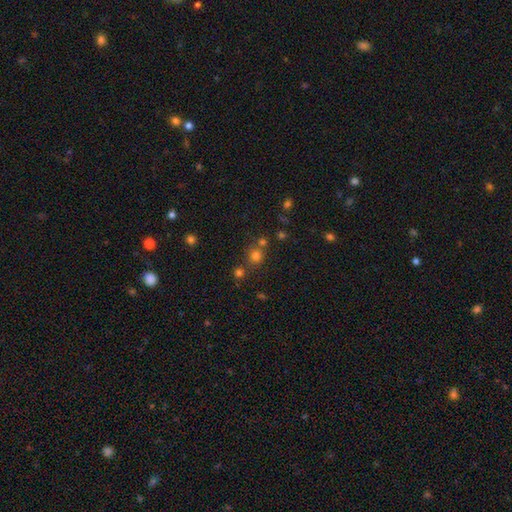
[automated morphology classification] This appears to be a smooth galaxy with no disk features (71%) that is round (88%). Merging: none (66%).